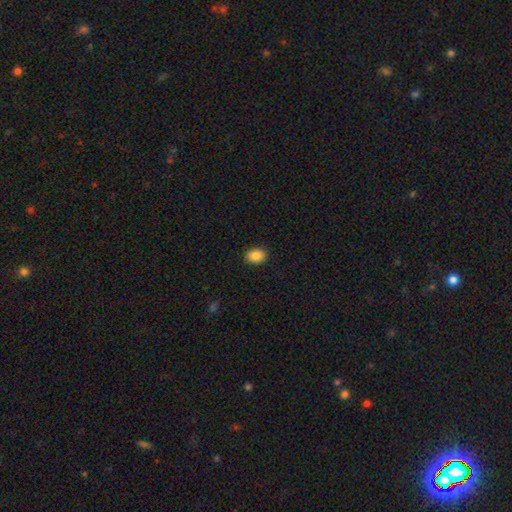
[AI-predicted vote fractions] A smooth galaxy with no disk features (86%) that is in between round and cigar-shaped (73%).

Vote fractions:
- Smooth or featured? smooth: 86% / star or artifact: 8% / featured or disk: 6%
- How rounded? in between: 73% / round: 26% / cigar-shaped: 1%
- Merging? none: 90% / minor disturbance: 8% / major disturbance: 2% / merger: 1%